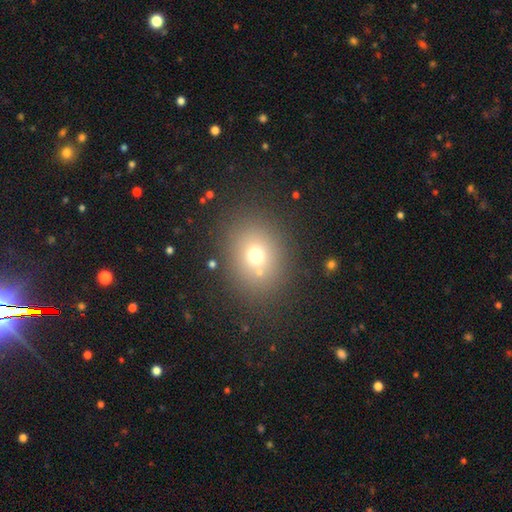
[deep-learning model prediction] Smooth or featured: smooth — 67% (star or artifact — 19%)
How rounded: round — 59% (in between — 40%)
Merging: none — 77% (minor disturbance — 10%)